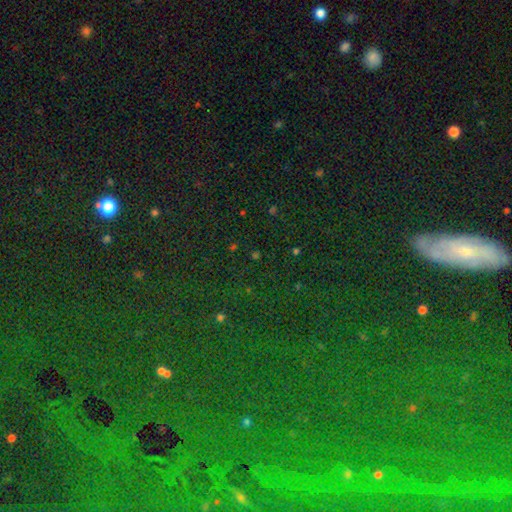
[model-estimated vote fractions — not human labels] Smooth or featured: star or artifact — 73% (smooth — 19%)